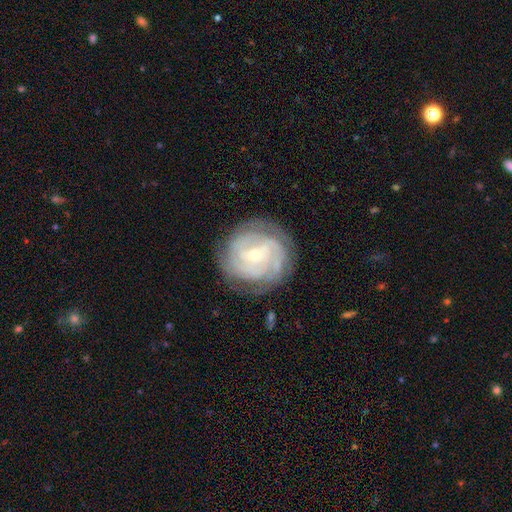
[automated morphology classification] A featured or disk galaxy (84%) with no bar (44%), tight (75%) spiral arms (94%) and a small central bulge (61%). Merging: none (79%).